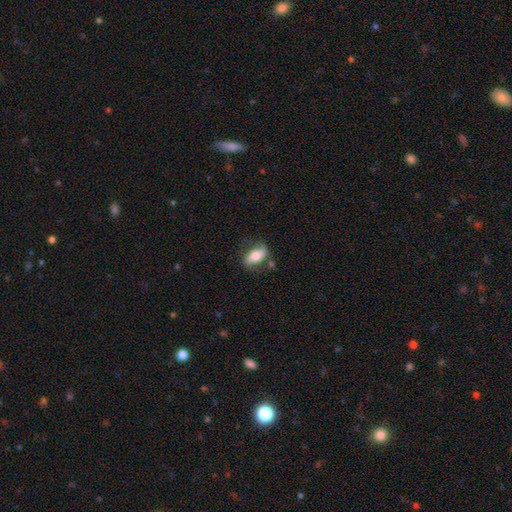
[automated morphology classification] Smooth or featured?
  - smooth: 60% *
  - featured or disk: 33%
  - star or artifact: 7%
How rounded?
  - in between: 84% *
  - cigar-shaped: 10%
  - round: 6%
Merging?
  - none: 60% *
  - minor disturbance: 23%
  - major disturbance: 9%
  - merger: 8%